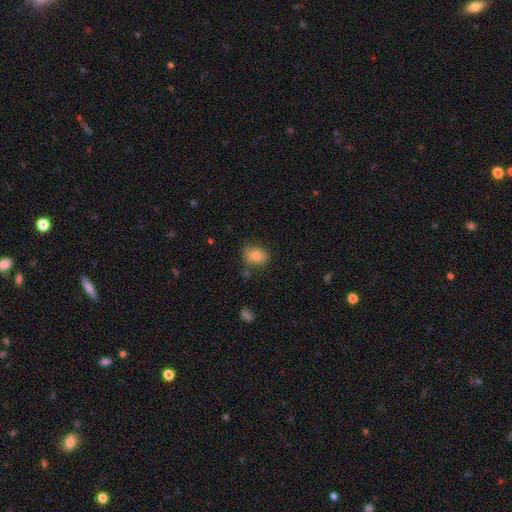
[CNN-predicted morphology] The model was most divided on "how rounded": in between: 66%, round: 33%, cigar-shaped: 1%. More confident: smooth or featured — smooth (78%); merging — none (72%).